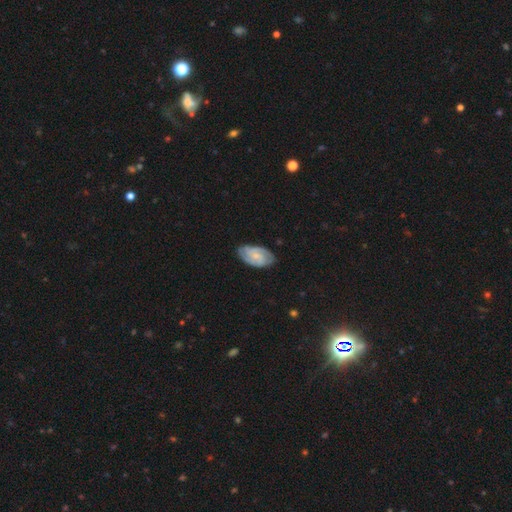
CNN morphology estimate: smooth-or-featured: featured or disk: 78% | smooth: 17% | star or artifact: 5%
  disk-edge-on: no: 97% | yes: 3%
    bar: no: 55% | weak: 38% | strong: 7%
    has-spiral-arms: yes: 96% | no: 4%
      spiral-winding: tight: 55% | medium: 37% | loose: 8%
      spiral-arm-count: 2: 45% | 3: 26% | can't tell: 16% | 4: 5% | 1: 4% | more than 4: 4%
    bulge-size: small: 64% | moderate: 21% | none: 13% | large: 1% | dominant: 1%
  merging: none: 77% | minor disturbance: 18% | major disturbance: 4% | merger: 1%